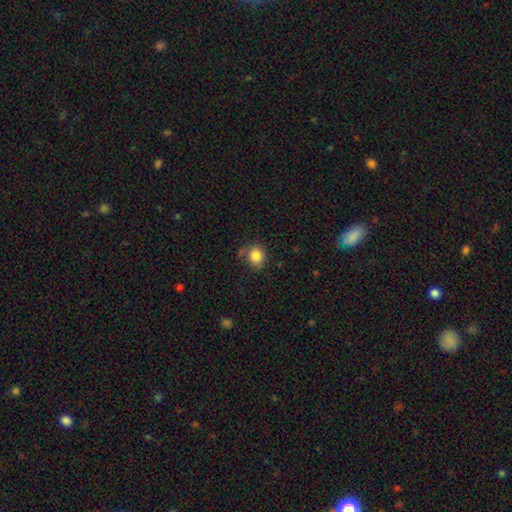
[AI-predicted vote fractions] Q: Smooth or featured?
A: smooth (85%); runner-up: star or artifact (10%)
Q: How rounded?
A: round (77%); runner-up: in between (22%)
Q: Merging?
A: none (66%); runner-up: minor disturbance (21%)